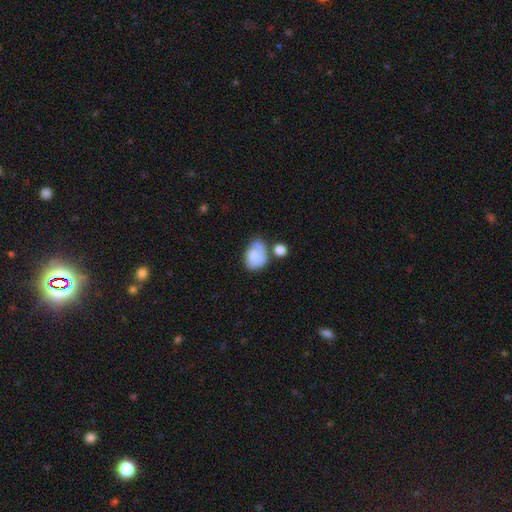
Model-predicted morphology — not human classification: Smooth or featured? Predicted: smooth (p=0.71). How rounded? Predicted: in between (p=0.70). Merging? Predicted: none (p=0.34).